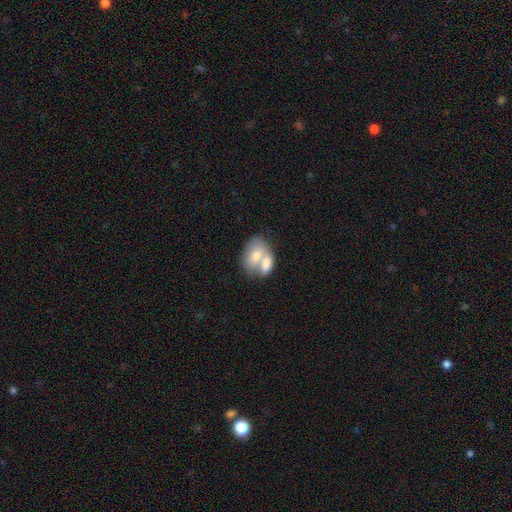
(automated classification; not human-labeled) Smooth or featured: smooth — 69% (featured or disk — 25%)
How rounded: in between — 82% (round — 16%)
Merging: merger — 67% (none — 20%)